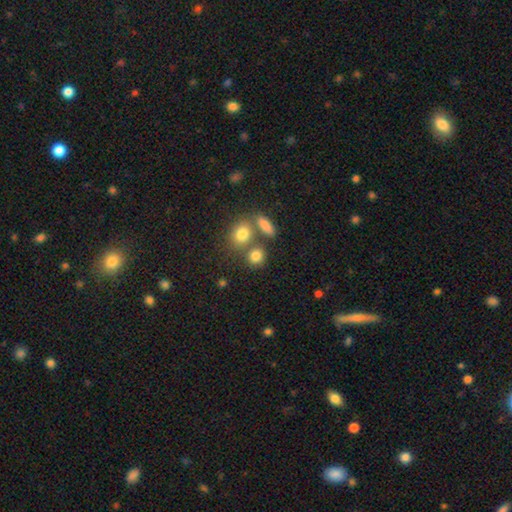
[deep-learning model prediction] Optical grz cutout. It shows a smooth galaxy with no disk features (80%) that is round (72%). Merging: none (61%).